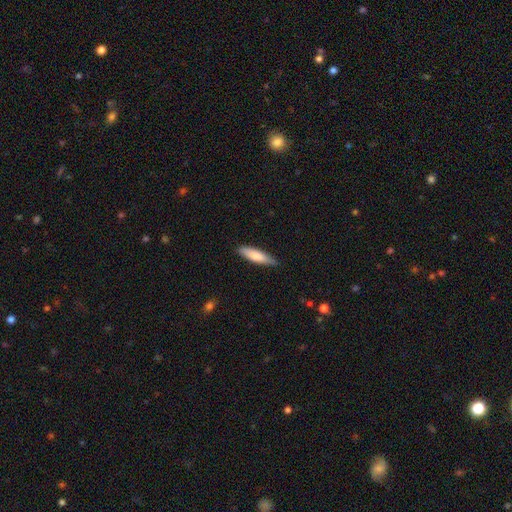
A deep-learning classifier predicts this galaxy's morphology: Smooth or featured?
  - smooth: 77% *
  - featured or disk: 18%
  - star or artifact: 5%
How rounded?
  - cigar-shaped: 68% *
  - in between: 31%
  - round: 1%
Merging?
  - none: 80% *
  - minor disturbance: 16%
  - major disturbance: 2%
  - merger: 1%